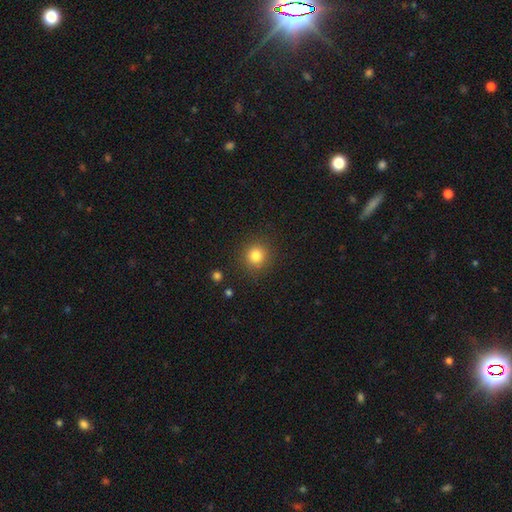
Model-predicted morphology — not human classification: Smooth or featured? Predicted: smooth (p=0.83). How rounded? Predicted: round (p=0.92). Merging? Predicted: none (p=0.89).